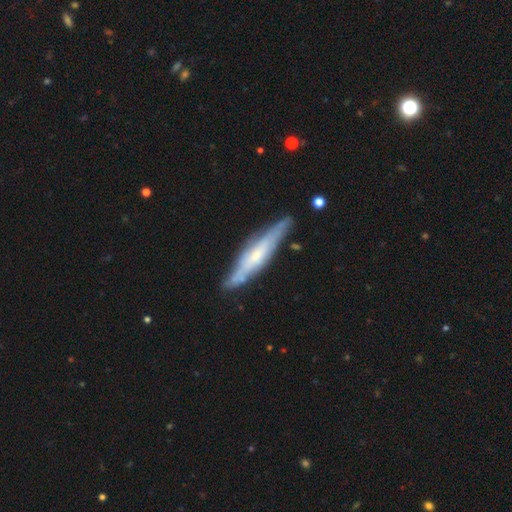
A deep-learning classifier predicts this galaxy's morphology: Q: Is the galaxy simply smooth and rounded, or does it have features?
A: featured or disk — 63%.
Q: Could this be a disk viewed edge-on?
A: yes — 83%.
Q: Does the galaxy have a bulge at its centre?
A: rounded — 53%.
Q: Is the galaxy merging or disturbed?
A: none — 78%.